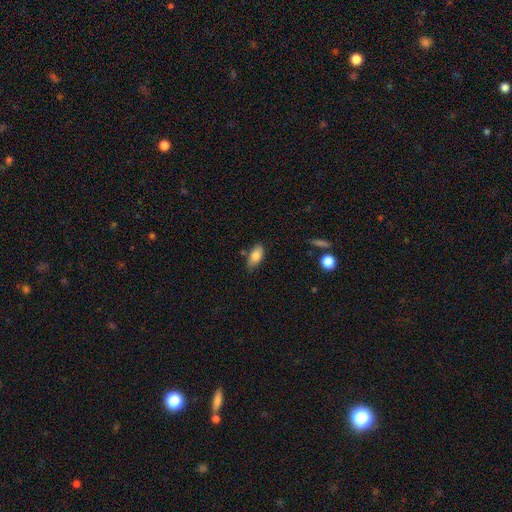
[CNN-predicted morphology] This is clearly a smooth galaxy (82%). How rounded: clearly in between (90%). Merging: likely none (75%).